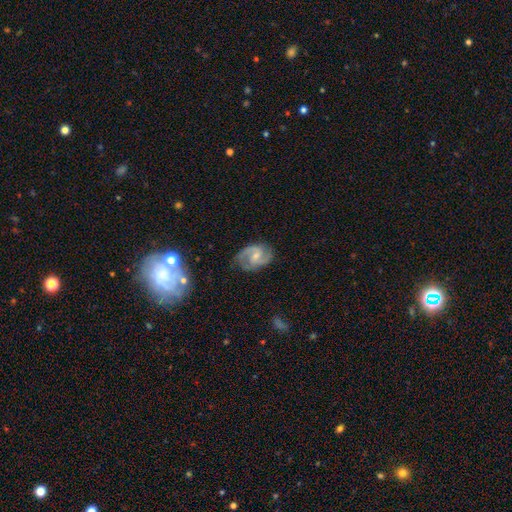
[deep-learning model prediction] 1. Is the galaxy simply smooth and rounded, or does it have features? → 84% featured or disk, 11% smooth, 5% star or artifact.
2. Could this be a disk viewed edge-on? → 98% no, 2% yes.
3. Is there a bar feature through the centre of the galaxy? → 52% weak, 36% no, 12% strong.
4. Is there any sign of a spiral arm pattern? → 96% yes, 4% no.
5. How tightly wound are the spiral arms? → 56% medium, 23% tight, 21% loose.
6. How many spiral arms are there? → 88% 2, 5% can't tell, 4% 3, 2% 1, 1% 4, 1% more than 4.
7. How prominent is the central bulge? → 54% small, 36% moderate, 7% none, 2% large, 1% dominant.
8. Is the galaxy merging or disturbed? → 76% none, 17% minor disturbance, 5% major disturbance, 1% merger.